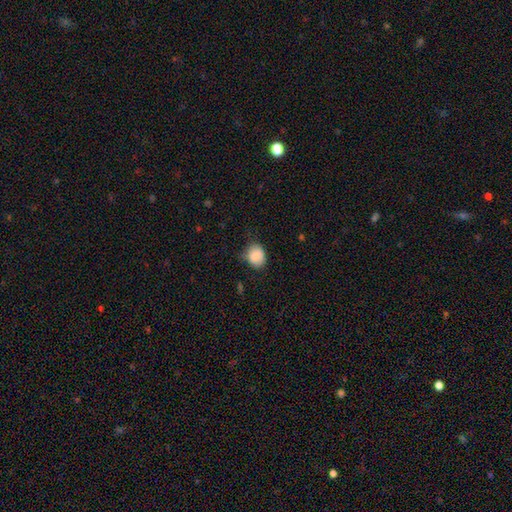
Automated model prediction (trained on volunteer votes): Smooth or featured: smooth — 87% (star or artifact — 8%)
How rounded: round — 57% (in between — 42%)
Merging: none — 62% (minor disturbance — 30%)